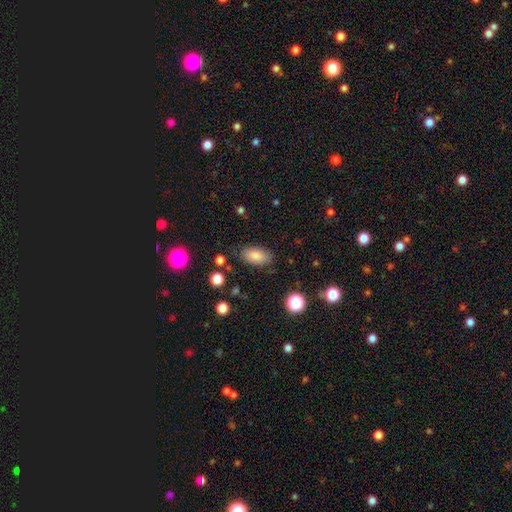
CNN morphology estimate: smooth_or_featured: smooth (p=0.84) [alt: star or artifact p=0.08]
how_rounded: in between (p=0.91) [alt: round p=0.04]
merging: none (p=0.81) [alt: minor disturbance p=0.13]